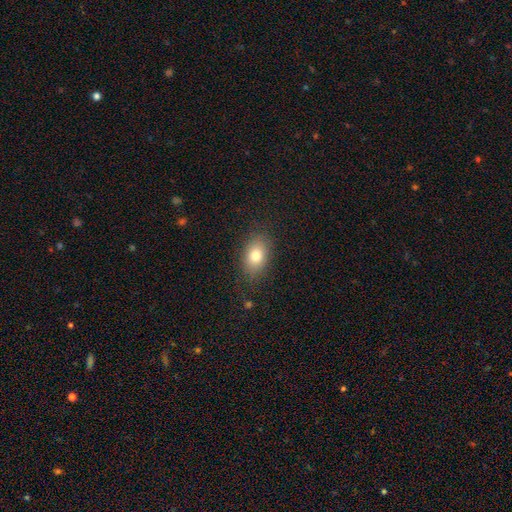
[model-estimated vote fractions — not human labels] Smooth or featured: smooth — 79% (featured or disk — 12%)
How rounded: in between — 85% (round — 14%)
Merging: none — 83% (minor disturbance — 12%)